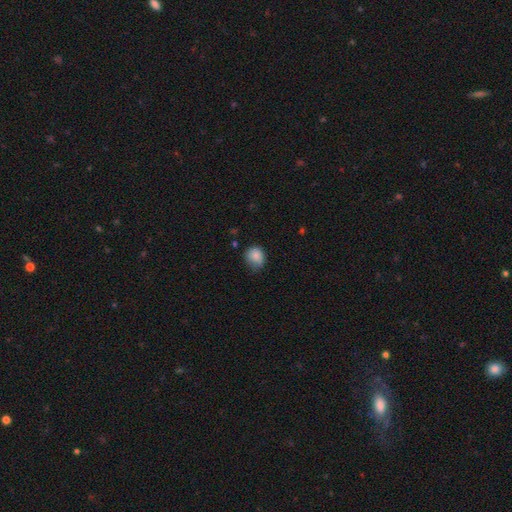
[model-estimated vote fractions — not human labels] Overall: smooth (86%). How rounded: round (68%; in between 31%). Merging: none (52%; minor disturbance 37%).